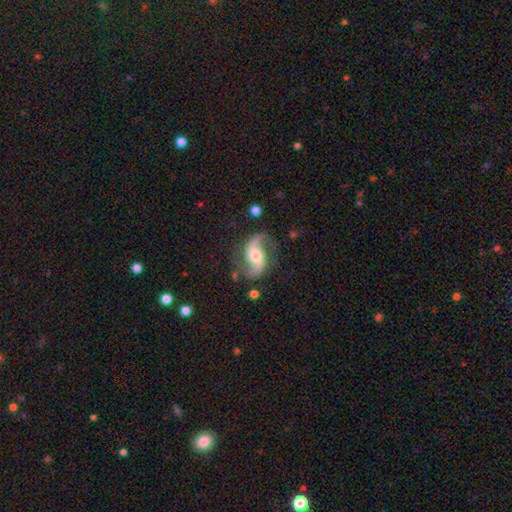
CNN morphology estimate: type=featured or disk (90%); edge-on=no (97%); bar=no (45%); spiral arms=yes (97%); winding=loose (62%); arm count=2 (94%); bulge=moderate (67%); merging=none (77%).